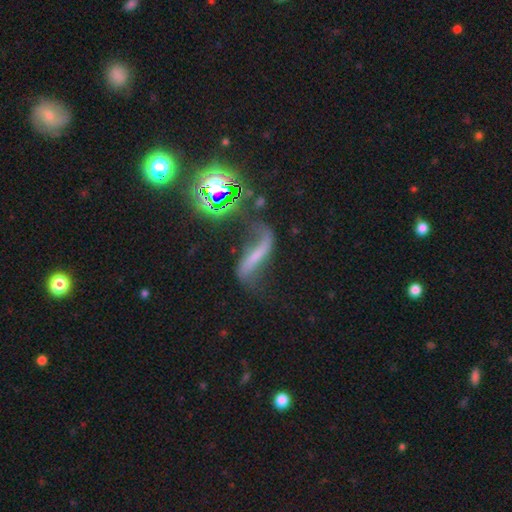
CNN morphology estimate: featured or disk 60%, smooth 21%, star or artifact 20%. Down the decision tree: edge-on disk — no (81%); merging — none (47%).